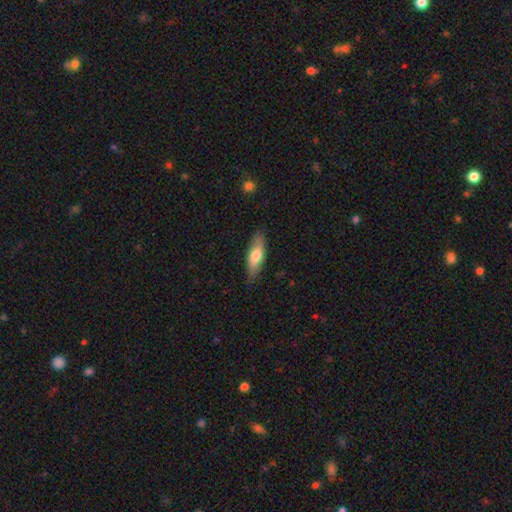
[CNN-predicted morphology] Smooth or featured? Predicted: smooth (p=0.69). How rounded? Predicted: in between (p=0.58). Merging? Predicted: none (p=0.83).